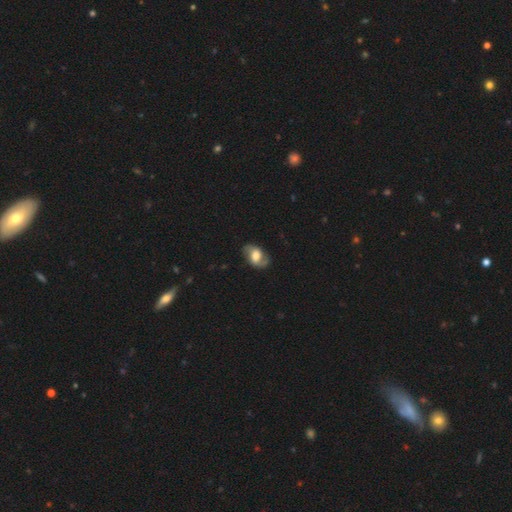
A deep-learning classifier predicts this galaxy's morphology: smooth_or_featured: featured or disk (p=0.58) [alt: smooth p=0.34]
disk_edge_on: no (p=0.95) [alt: yes p=0.05]
bar: no (p=0.43) [alt: weak p=0.41]
has_spiral_arms: yes (p=0.83) [alt: no p=0.17]
bulge_size: moderate (p=0.40) [tied with: large p=0.40]
merging: none (p=0.74) [alt: minor disturbance p=0.18]